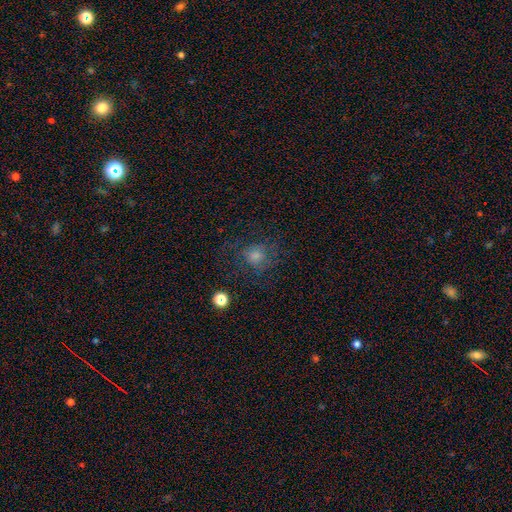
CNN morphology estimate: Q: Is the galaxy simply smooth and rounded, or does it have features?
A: smooth — 52%.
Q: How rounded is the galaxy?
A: round — 81%.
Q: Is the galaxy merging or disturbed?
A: none — 68%.